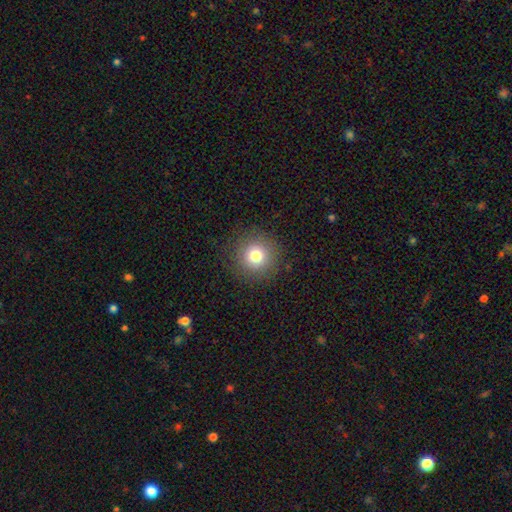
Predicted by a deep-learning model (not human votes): Smooth or featured? Predicted: smooth (p=0.77). How rounded? Predicted: round (p=0.95). Merging? Predicted: none (p=0.89).